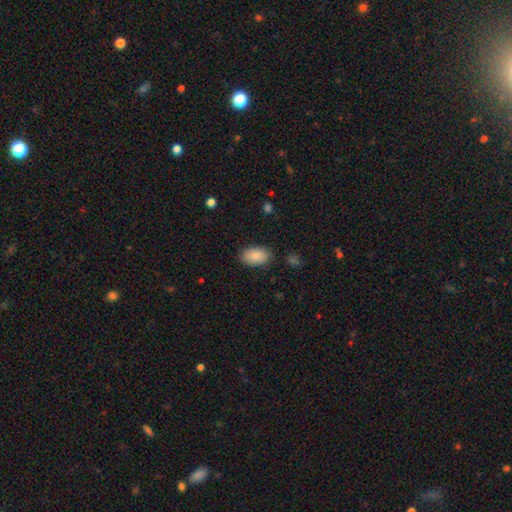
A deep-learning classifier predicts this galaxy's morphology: smooth_or_featured: smooth (p=0.88) [alt: star or artifact p=0.06]
how_rounded: in between (p=0.94) [alt: round p=0.05]
merging: none (p=0.85) [alt: minor disturbance p=0.11]